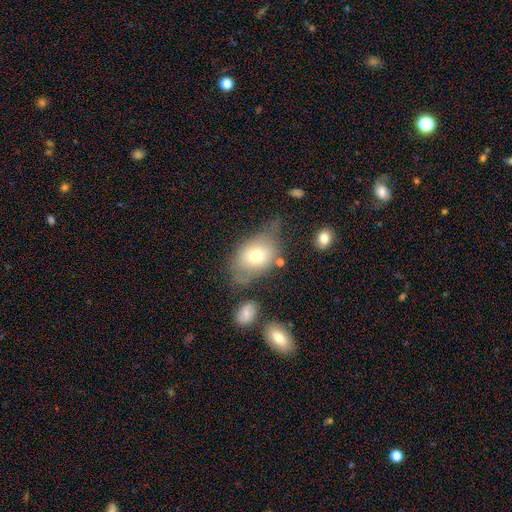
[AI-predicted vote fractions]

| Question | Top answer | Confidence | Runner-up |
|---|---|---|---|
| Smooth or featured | smooth | 67% | featured or disk (23%) |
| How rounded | in between | 77% | round (21%) |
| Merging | none | 51% | minor disturbance (27%) |